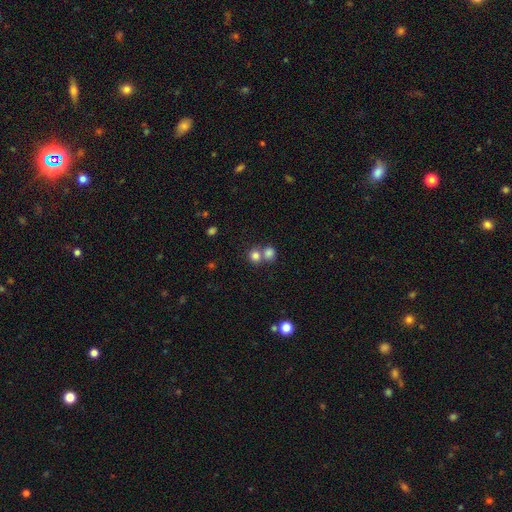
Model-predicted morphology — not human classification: Smooth or featured? smooth (79%)
How rounded? round (85%)
Merging? merger (47%)